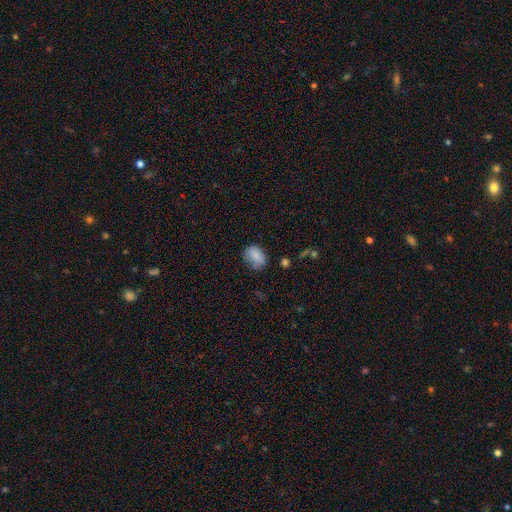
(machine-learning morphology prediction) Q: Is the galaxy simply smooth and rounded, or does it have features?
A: smooth — 84%.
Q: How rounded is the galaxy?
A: in between — 69%.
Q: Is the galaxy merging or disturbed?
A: none — 67%.